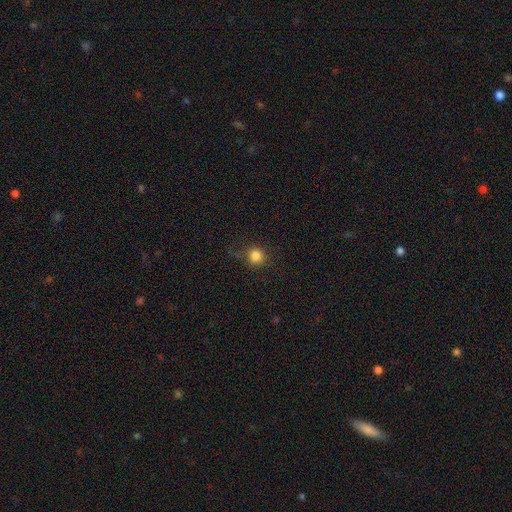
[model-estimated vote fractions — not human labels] Smooth or featured: smooth — 82% (star or artifact — 12%)
How rounded: round — 89% (in between — 10%)
Merging: none — 77% (minor disturbance — 15%)